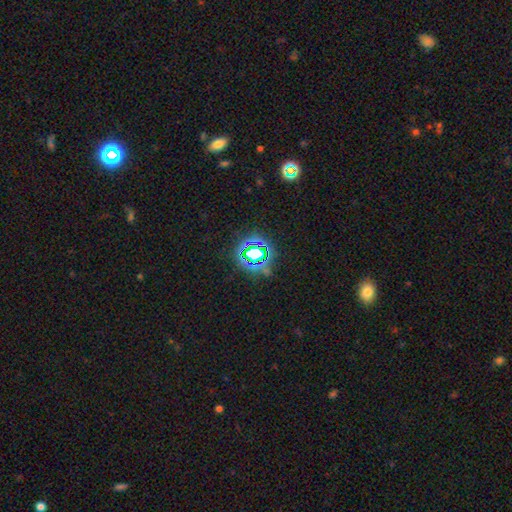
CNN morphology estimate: Smooth or featured?
  - star or artifact: 69% *
  - smooth: 20%
  - featured or disk: 11%